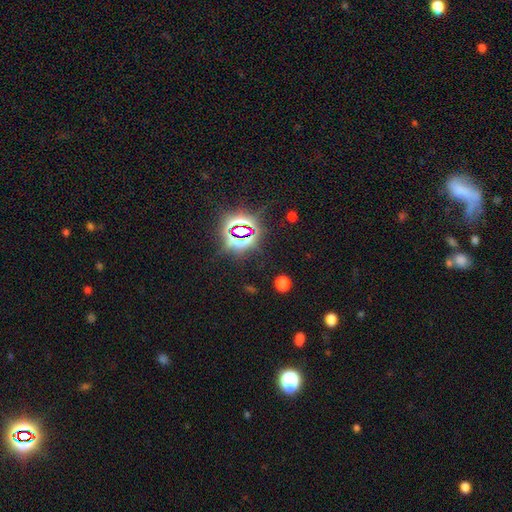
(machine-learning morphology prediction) Overall: star or artifact (79%).